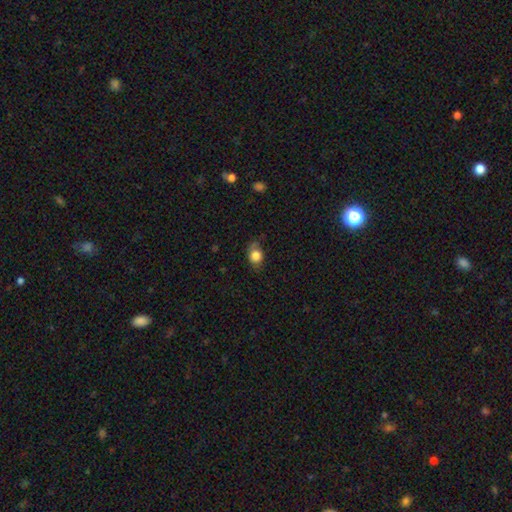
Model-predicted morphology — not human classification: smooth-or-featured: smooth: 81% | star or artifact: 10% | featured or disk: 9%
  how-rounded: round: 50% | in between: 49% | cigar-shaped: 1%
  merging: none: 61% | minor disturbance: 29% | major disturbance: 8% | merger: 2%